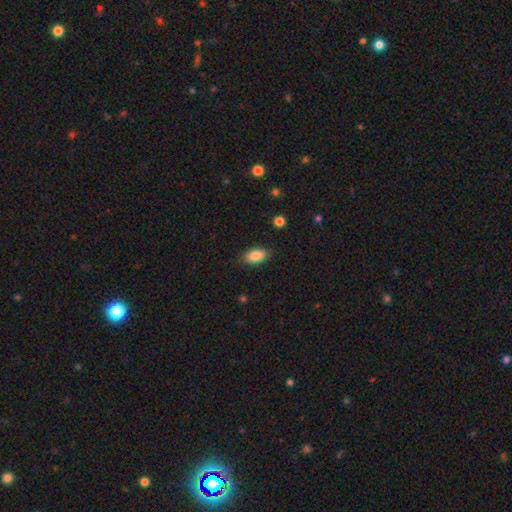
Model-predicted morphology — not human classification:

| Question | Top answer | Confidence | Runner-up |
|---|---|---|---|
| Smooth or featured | smooth | 86% | star or artifact (8%) |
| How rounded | in between | 91% | round (5%) |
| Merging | none | 87% | minor disturbance (9%) |